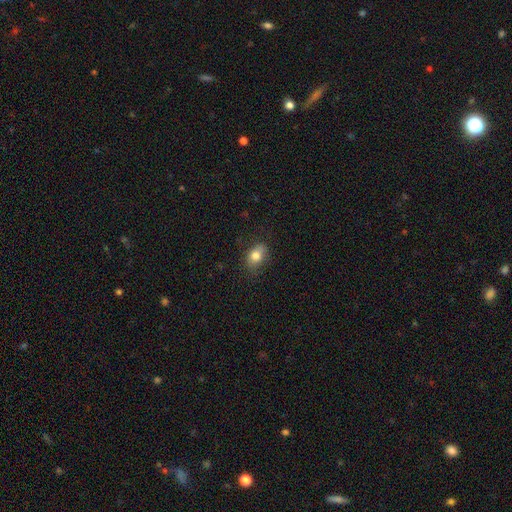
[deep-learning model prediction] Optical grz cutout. It shows a smooth galaxy with no disk features (79%) that is in between round and cigar-shaped (74%). Merging: none (70%).